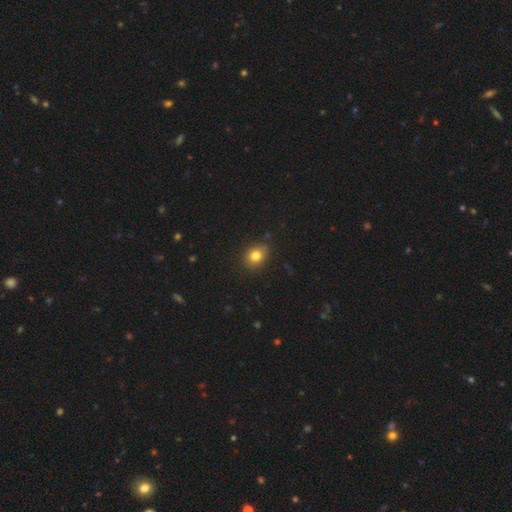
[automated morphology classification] smooth 81%, star or artifact 12%, featured or disk 8%. Down the decision tree: how rounded — round (60%); merging — none (83%).